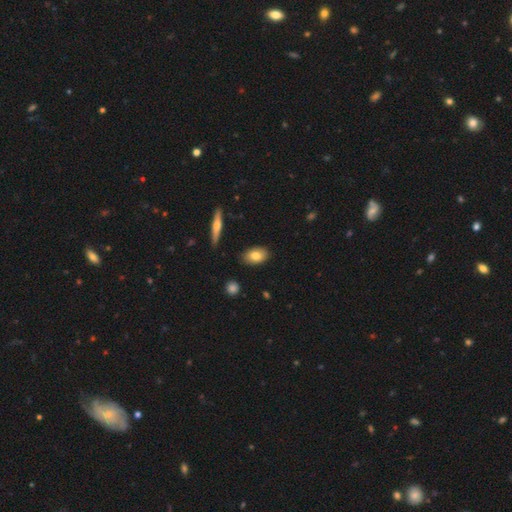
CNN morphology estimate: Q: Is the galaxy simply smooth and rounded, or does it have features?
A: smooth — 79%.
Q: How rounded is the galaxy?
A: in between — 89%.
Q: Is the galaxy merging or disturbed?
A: none — 87%.